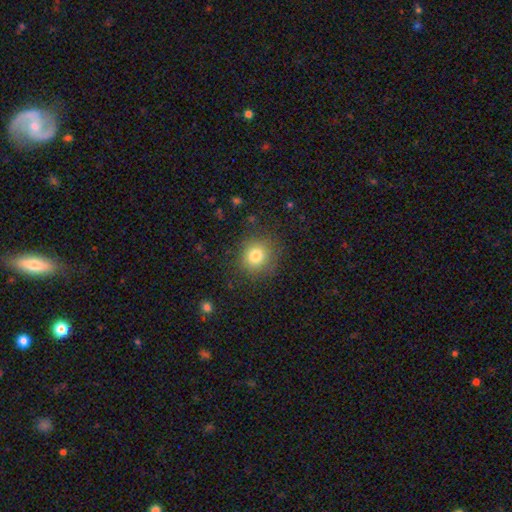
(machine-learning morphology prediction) smooth_or_featured: smooth (p=0.80) [alt: star or artifact p=0.12]
how_rounded: round (p=0.87) [alt: in between p=0.12]
merging: none (p=0.84) [alt: minor disturbance p=0.10]